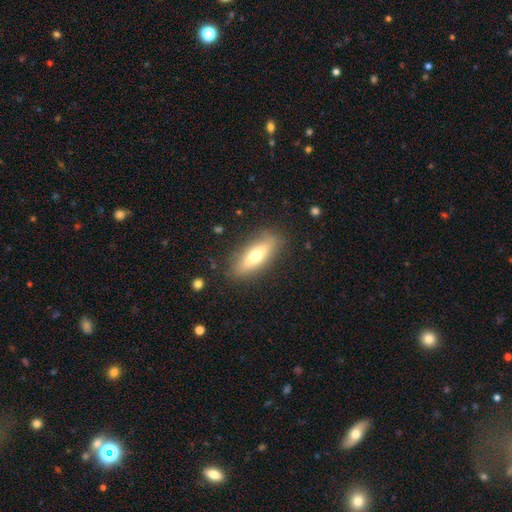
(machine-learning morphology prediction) A smooth galaxy with no disk features (62%) that is in between round and cigar-shaped (56%).

Vote fractions:
- Smooth or featured? smooth: 62% / featured or disk: 31% / star or artifact: 7%
- How rounded? in between: 56% / cigar-shaped: 41% / round: 3%
- Merging? none: 85% / minor disturbance: 11% / major disturbance: 3% / merger: 1%